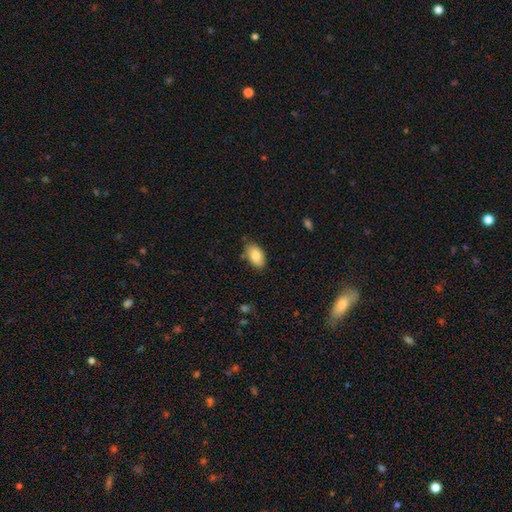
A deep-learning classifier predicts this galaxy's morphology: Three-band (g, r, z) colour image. It shows a smooth galaxy with no disk features (83%) that is in between round and cigar-shaped (93%). Merging: none (79%).